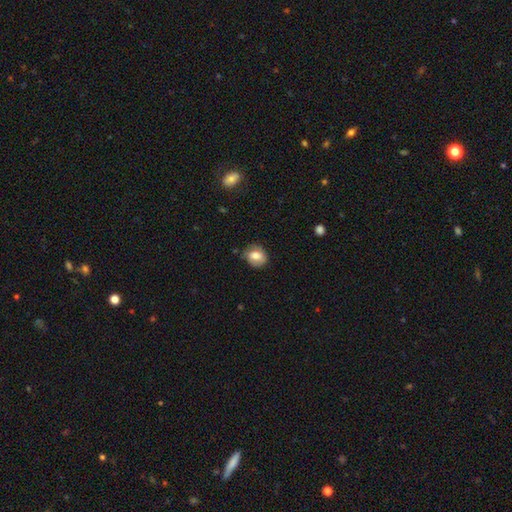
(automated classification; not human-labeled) Smooth or featured? Predicted: smooth (p=0.72). How rounded? Predicted: round (p=0.66). Merging? Predicted: none (p=0.73).